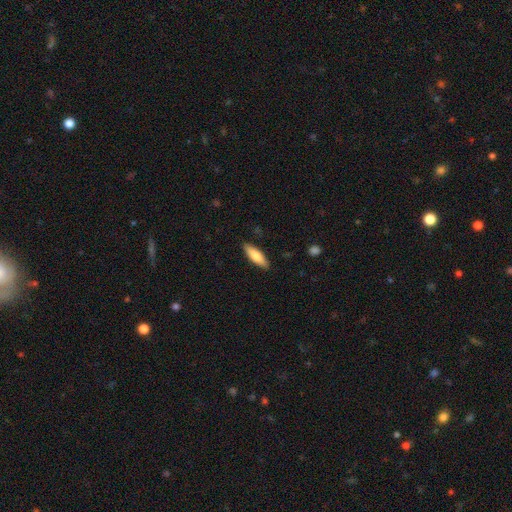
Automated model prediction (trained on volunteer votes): smooth 73%, featured or disk 21%, star or artifact 6%. Down the decision tree: how rounded — cigar-shaped (52%); merging — none (88%).